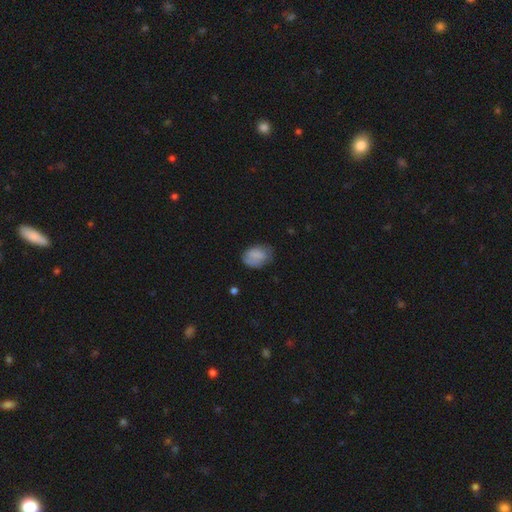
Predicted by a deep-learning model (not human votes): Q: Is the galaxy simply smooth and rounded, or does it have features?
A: smooth — 79%.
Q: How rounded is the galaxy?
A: in between — 80%.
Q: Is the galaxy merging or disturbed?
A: none — 60%.